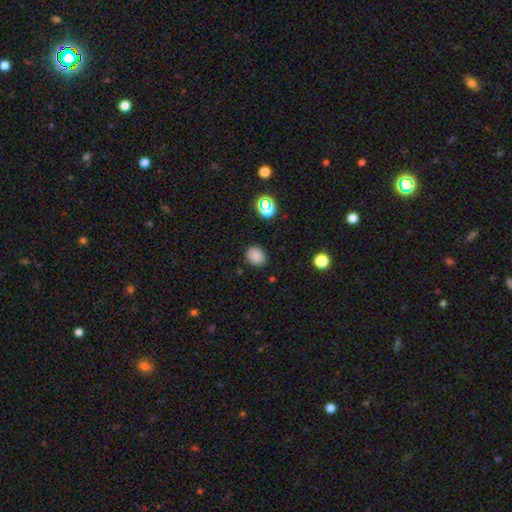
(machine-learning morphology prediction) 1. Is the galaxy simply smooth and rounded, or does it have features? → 83% smooth, 13% star or artifact, 4% featured or disk.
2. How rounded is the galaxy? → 60% round, 40% in between, 1% cigar-shaped.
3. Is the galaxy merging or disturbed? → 86% none, 10% minor disturbance, 3% major disturbance, 2% merger.